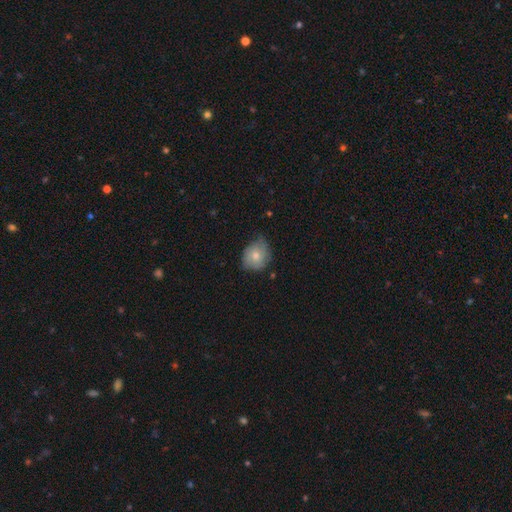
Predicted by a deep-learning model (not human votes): Smooth or featured: smooth — 61% (featured or disk — 32%)
How rounded: round — 63% (in between — 36%)
Merging: none — 58% (minor disturbance — 34%)